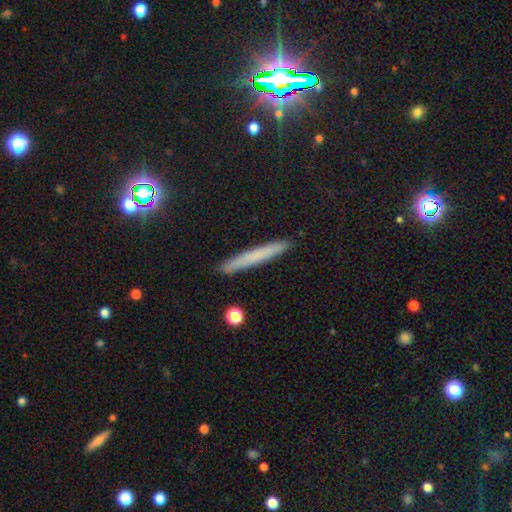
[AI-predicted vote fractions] Q: Smooth or featured?
A: smooth (65%); runner-up: featured or disk (24%)
Q: How rounded?
A: cigar-shaped (96%); runner-up: in between (3%)
Q: Merging?
A: none (91%); runner-up: minor disturbance (6%)